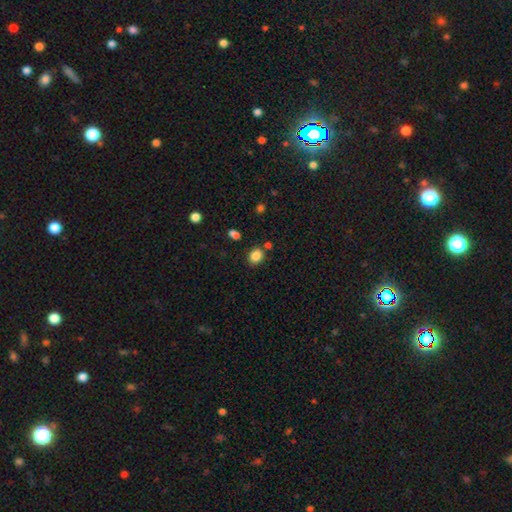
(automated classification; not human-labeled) Smooth or featured: smooth — 85% (star or artifact — 10%)
How rounded: round — 63% (in between — 36%)
Merging: none — 80% (minor disturbance — 10%)